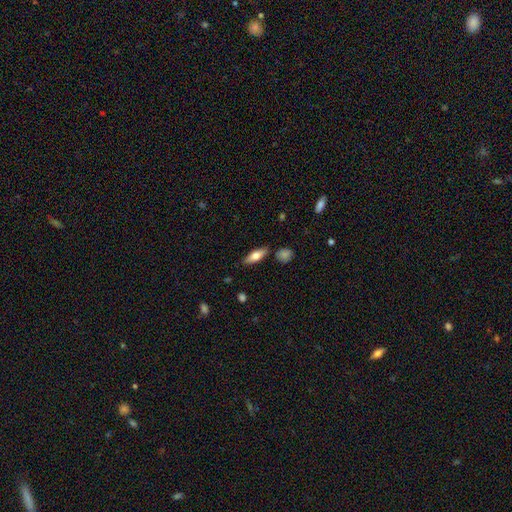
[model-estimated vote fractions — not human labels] A smooth galaxy with no disk features (62%) that is in between round and cigar-shaped (59%). Merging: none (82%).